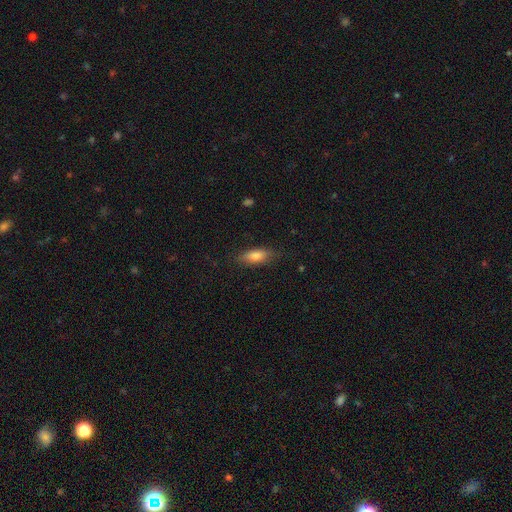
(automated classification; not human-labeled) This appears to be a smooth galaxy with no disk features (78%) that is in between round and cigar-shaped (71%). Merging: none (81%).